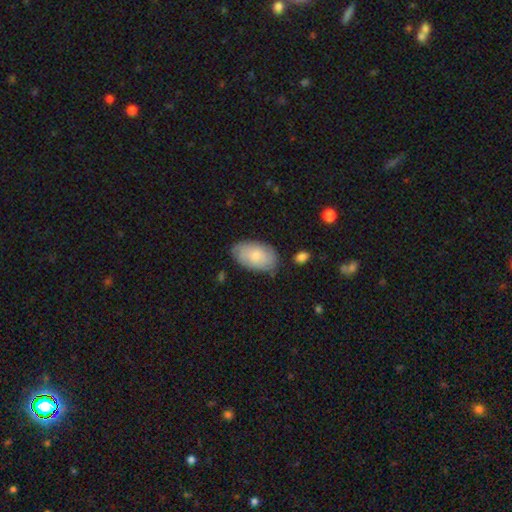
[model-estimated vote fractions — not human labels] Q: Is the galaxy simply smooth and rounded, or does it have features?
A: smooth — 69%.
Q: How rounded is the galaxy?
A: in between — 94%.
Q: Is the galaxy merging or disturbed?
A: none — 75%.